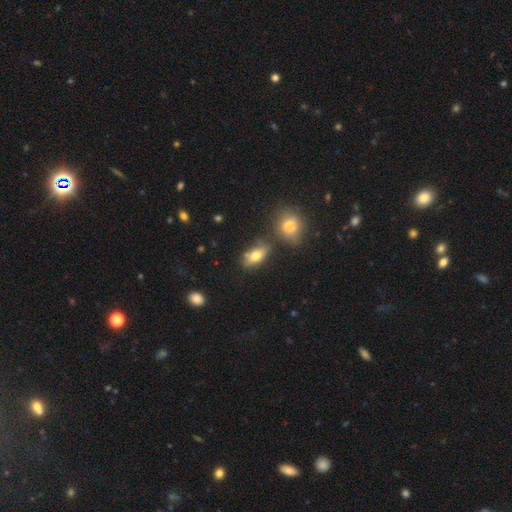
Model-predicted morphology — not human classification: Q: Smooth or featured?
A: smooth (72%); runner-up: featured or disk (18%)
Q: How rounded?
A: in between (83%); runner-up: cigar-shaped (9%)
Q: Merging?
A: none (67%); runner-up: minor disturbance (15%)